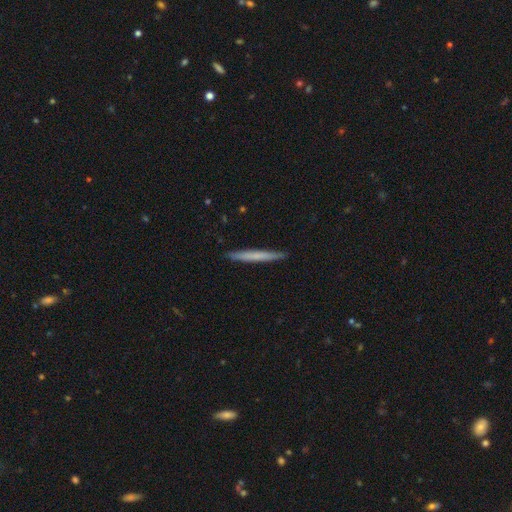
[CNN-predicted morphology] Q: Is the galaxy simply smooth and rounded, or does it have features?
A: smooth — 59%.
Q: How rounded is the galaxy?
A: cigar-shaped — 97%.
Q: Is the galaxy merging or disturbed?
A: none — 91%.